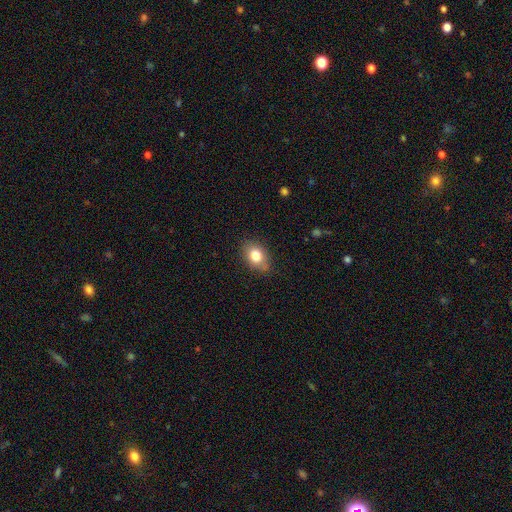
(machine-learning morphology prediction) Q: Smooth or featured?
A: smooth (80%); runner-up: featured or disk (11%)
Q: How rounded?
A: in between (77%); runner-up: round (22%)
Q: Merging?
A: none (78%); runner-up: minor disturbance (17%)